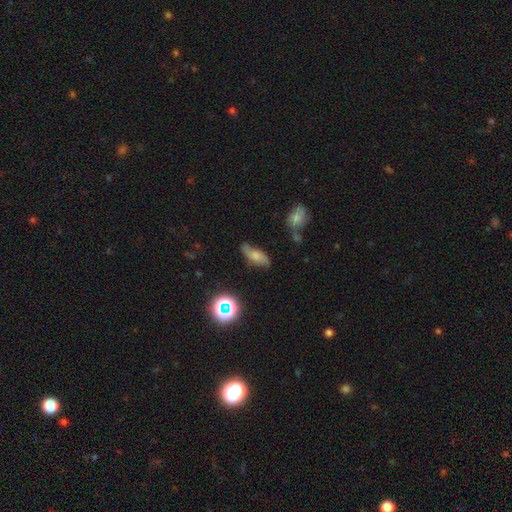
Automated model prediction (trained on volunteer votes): smooth-or-featured: smooth: 52% | featured or disk: 33% | star or artifact: 14%
  how-rounded: in between: 75% | cigar-shaped: 19% | round: 6%
  merging: none: 61% | minor disturbance: 28% | major disturbance: 8% | merger: 3%